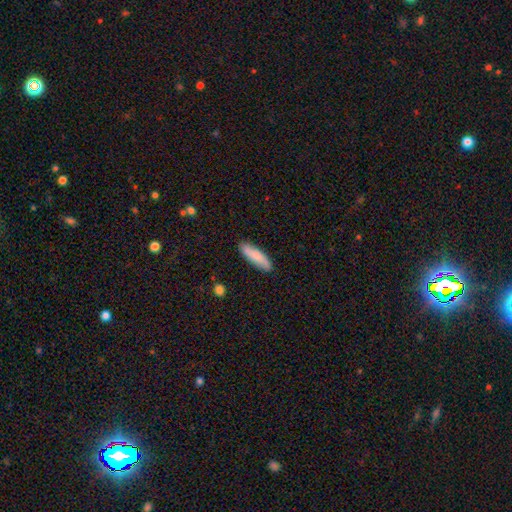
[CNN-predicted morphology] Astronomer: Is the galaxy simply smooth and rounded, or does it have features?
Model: smooth — 79%.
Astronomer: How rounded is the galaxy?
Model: cigar-shaped — 63%.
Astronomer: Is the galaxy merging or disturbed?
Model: none — 88%.